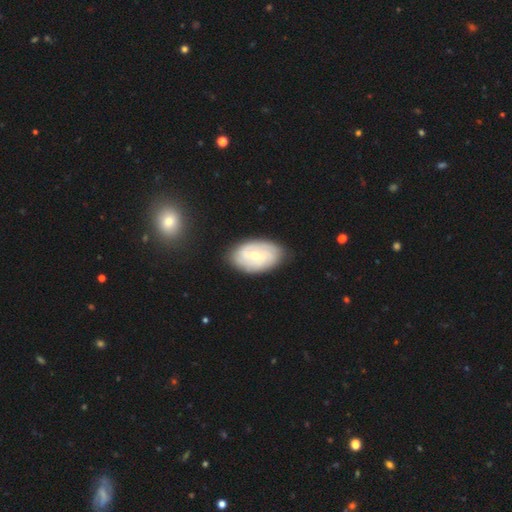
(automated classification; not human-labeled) Morphology: type=featured or disk (71%); edge-on=no (95%); bar=weak (47%); spiral arms=yes (84%); winding=tight (62%); arm count=2 (38%, tied with can't tell); bulge=moderate (52%); merging=none (82%).